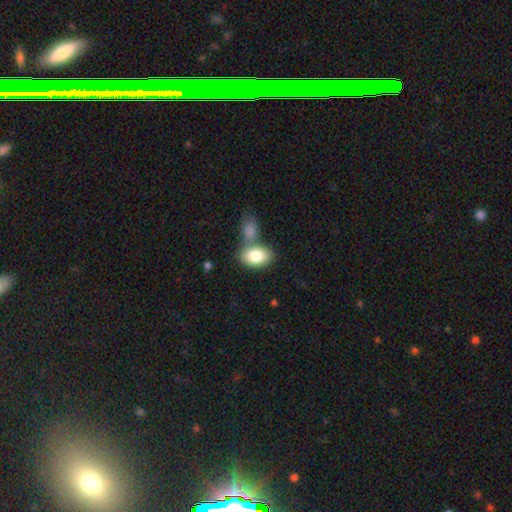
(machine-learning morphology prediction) smooth-or-featured: smooth: 83% | featured or disk: 11% | star or artifact: 6%
  how-rounded: in between: 89% | round: 9% | cigar-shaped: 1%
  merging: none: 49% | merger: 35% | minor disturbance: 12% | major disturbance: 4%